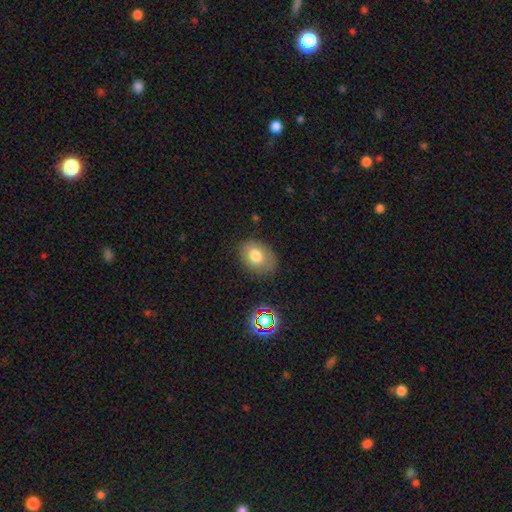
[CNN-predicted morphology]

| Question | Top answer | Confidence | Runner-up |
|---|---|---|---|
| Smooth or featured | smooth | 75% | featured or disk (14%) |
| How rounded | in between | 69% | round (31%) |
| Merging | none | 79% | minor disturbance (15%) |